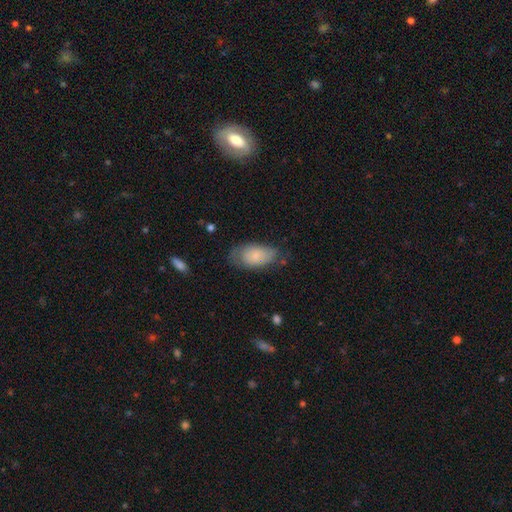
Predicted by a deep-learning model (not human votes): smooth 77%, featured or disk 16%, star or artifact 7%. Down the decision tree: how rounded — in between (93%); merging — none (60%).